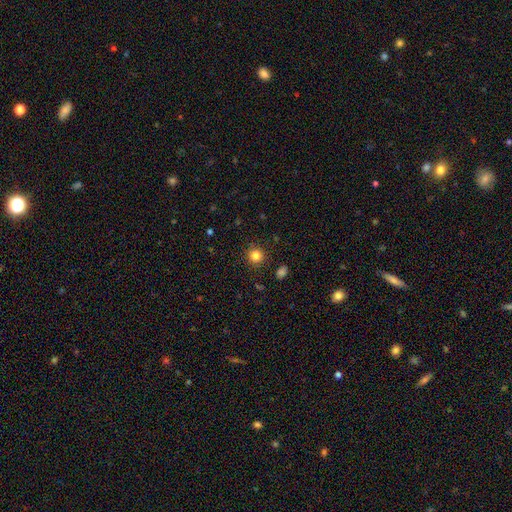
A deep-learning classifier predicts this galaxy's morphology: type=smooth (82%); roundness=round (93%); merging=none (90%).